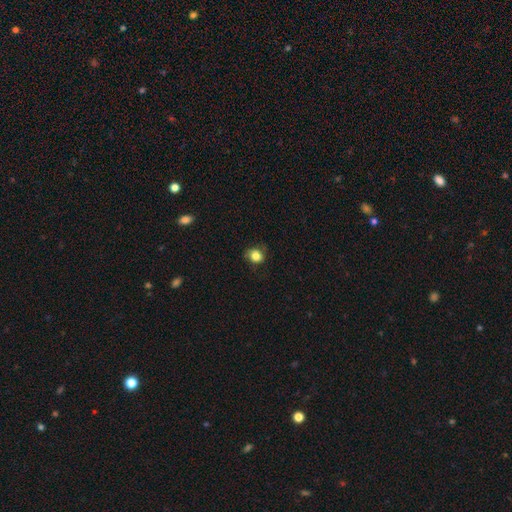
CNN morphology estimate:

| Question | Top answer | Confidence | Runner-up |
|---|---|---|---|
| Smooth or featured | smooth | 82% | star or artifact (10%) |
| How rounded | round | 70% | in between (30%) |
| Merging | none | 72% | minor disturbance (21%) |